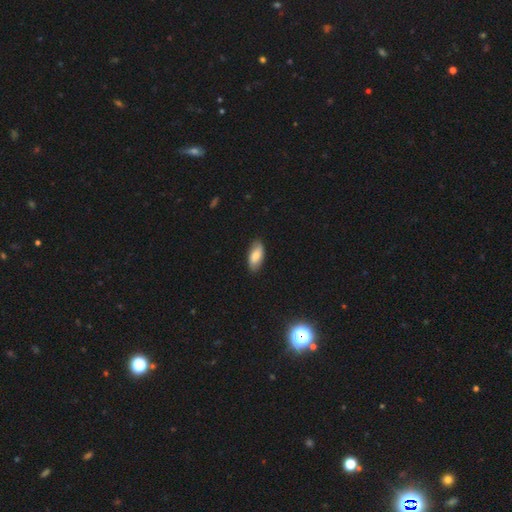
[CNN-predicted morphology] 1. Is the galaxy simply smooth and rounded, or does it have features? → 79% smooth, 15% featured or disk, 6% star or artifact.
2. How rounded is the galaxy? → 89% in between, 9% cigar-shaped, 2% round.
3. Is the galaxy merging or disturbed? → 85% none, 12% minor disturbance, 2% major disturbance, 1% merger.